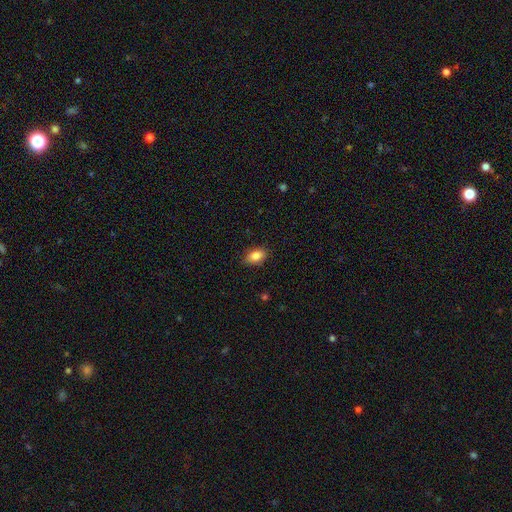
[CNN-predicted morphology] smooth-or-featured: smooth: 86% | star or artifact: 8% | featured or disk: 6%
  how-rounded: in between: 87% | round: 11% | cigar-shaped: 2%
  merging: none: 83% | minor disturbance: 13% | major disturbance: 2% | merger: 1%